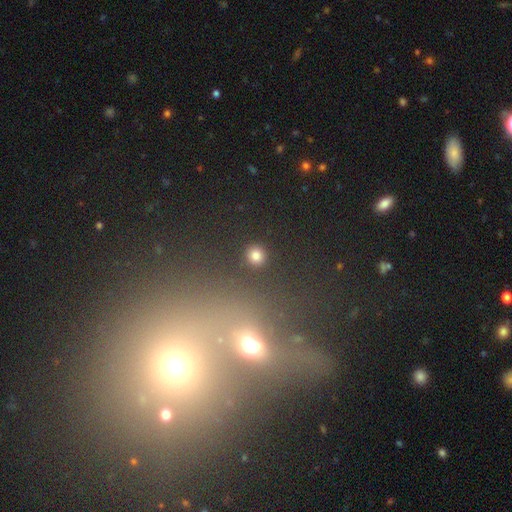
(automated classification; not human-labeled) Smooth or featured? Predicted: smooth (p=0.81). How rounded? Predicted: round (p=0.90). Merging? Predicted: none (p=0.91).